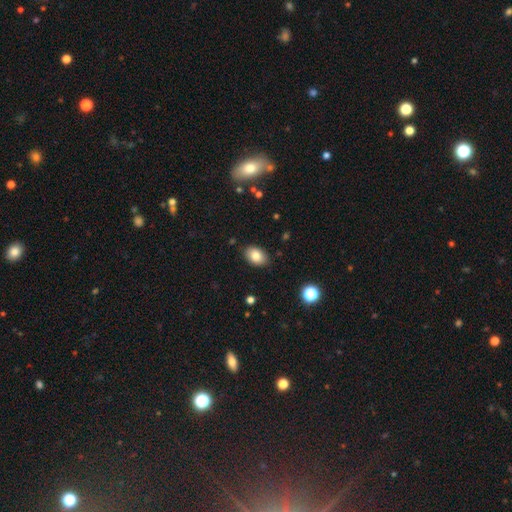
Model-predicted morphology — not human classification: A smooth galaxy with no disk features (83%) that is in between round and cigar-shaped (84%).

Vote fractions:
- Smooth or featured? smooth: 83% / star or artifact: 9% / featured or disk: 9%
- How rounded? in between: 84% / round: 15% / cigar-shaped: 1%
- Merging? none: 87% / minor disturbance: 10% / major disturbance: 2% / merger: 1%